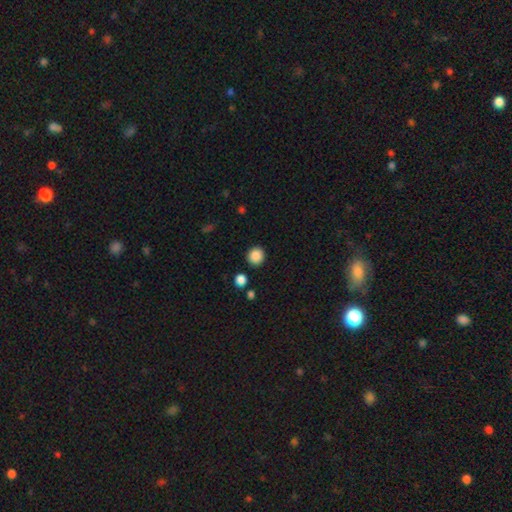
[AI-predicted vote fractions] Overall: smooth (88%). How rounded: round (90%). Merging: none (89%).